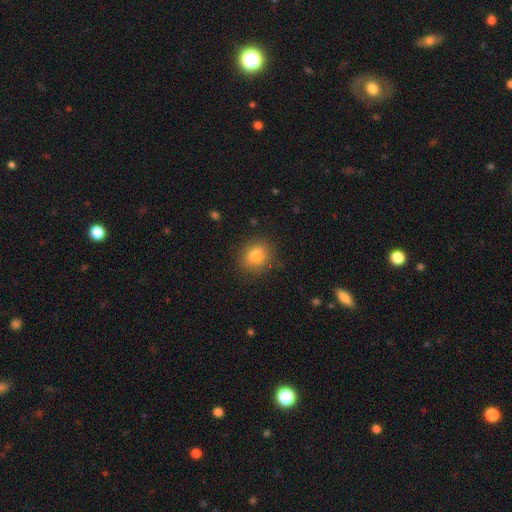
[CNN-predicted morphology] A smooth galaxy with no disk features (82%) that is round (67%). Merging: none (85%).